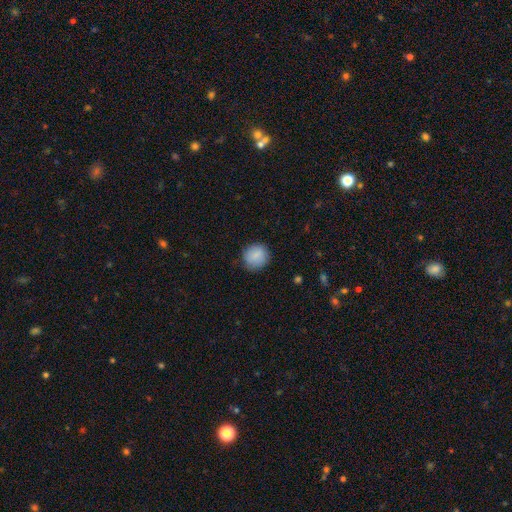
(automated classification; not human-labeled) Q: Smooth or featured?
A: smooth (87%); runner-up: star or artifact (7%)
Q: How rounded?
A: round (87%); runner-up: in between (12%)
Q: Merging?
A: none (82%); runner-up: minor disturbance (14%)